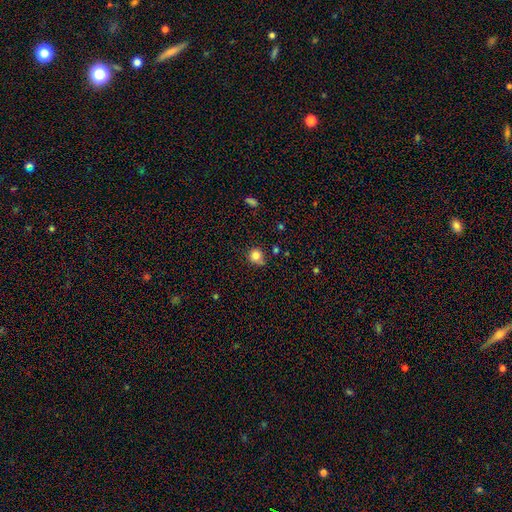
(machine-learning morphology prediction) Smooth or featured? smooth (83%)
How rounded? round (89%)
Merging? none (69%)